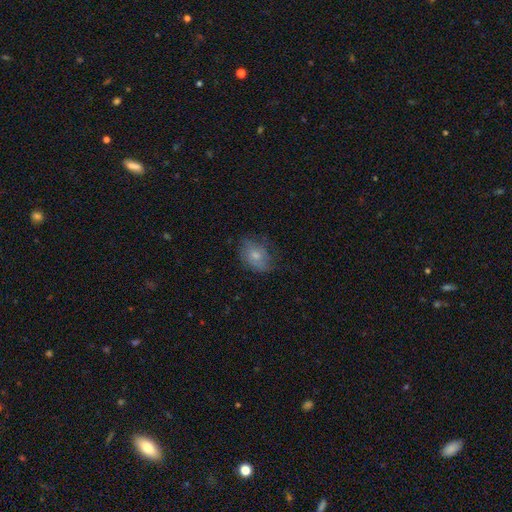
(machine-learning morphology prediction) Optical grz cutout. It shows a smooth galaxy with no disk features (57%) that is in between round and cigar-shaped (69%). Merging: none (59%).